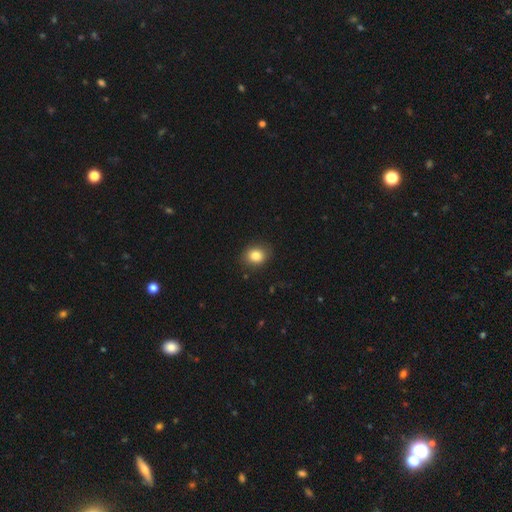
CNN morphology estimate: Smooth or featured? smooth (84%)
How rounded? round (58%)
Merging? none (86%)